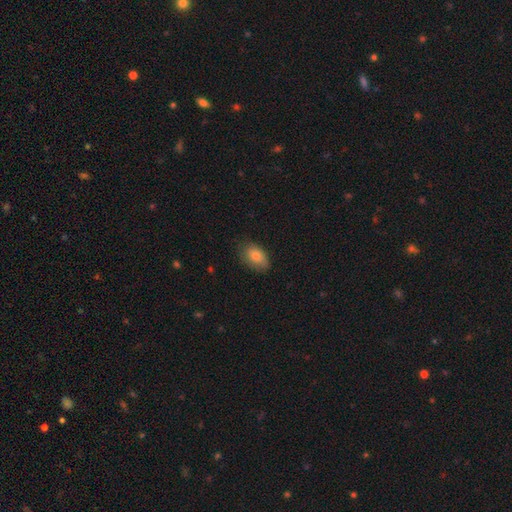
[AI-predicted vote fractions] Morphology: type=smooth (82%); roundness=in between (90%); merging=none (72%).